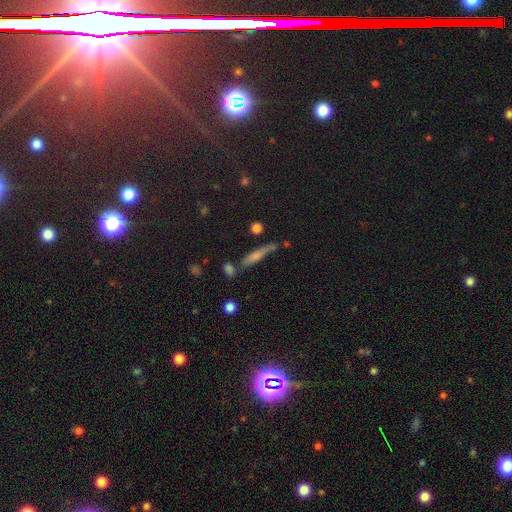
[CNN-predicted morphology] Q: Smooth or featured?
A: smooth (48%); runner-up: featured or disk (33%)
Q: Merging?
A: none (64%); runner-up: minor disturbance (20%)